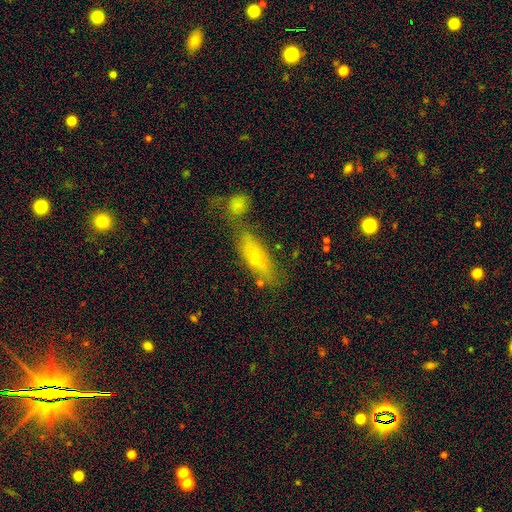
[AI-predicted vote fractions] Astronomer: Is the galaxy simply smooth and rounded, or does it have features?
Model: smooth — 54% (runner-up: featured or disk, 35%).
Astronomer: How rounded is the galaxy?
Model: cigar-shaped — 49% (runner-up: in between, 47%).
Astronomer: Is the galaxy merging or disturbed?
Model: none — 54%.